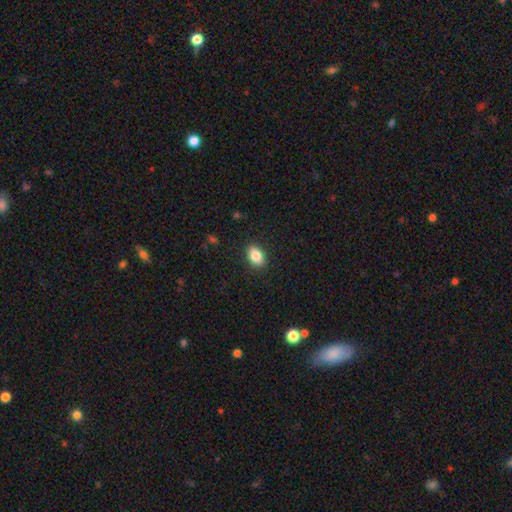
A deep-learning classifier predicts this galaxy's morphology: Smooth or featured?
  - smooth: 85% *
  - star or artifact: 8%
  - featured or disk: 7%
How rounded?
  - in between: 83% *
  - round: 15%
  - cigar-shaped: 1%
Merging?
  - none: 89% *
  - minor disturbance: 8%
  - major disturbance: 2%
  - merger: 1%